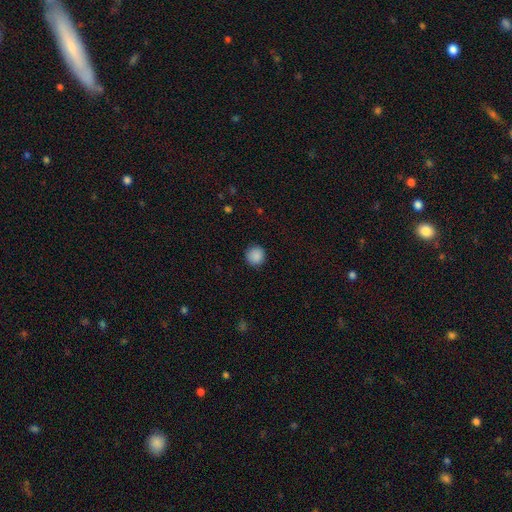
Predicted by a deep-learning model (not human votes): Morphology: type=smooth (88%); roundness=round (94%); merging=none (90%).